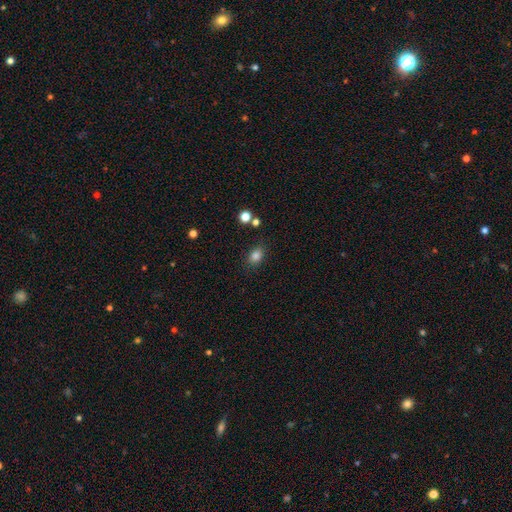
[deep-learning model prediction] The model was most divided on "how rounded": in between: 71%, round: 28%, cigar-shaped: 1%. More confident: smooth or featured — smooth (83%); merging — none (82%).